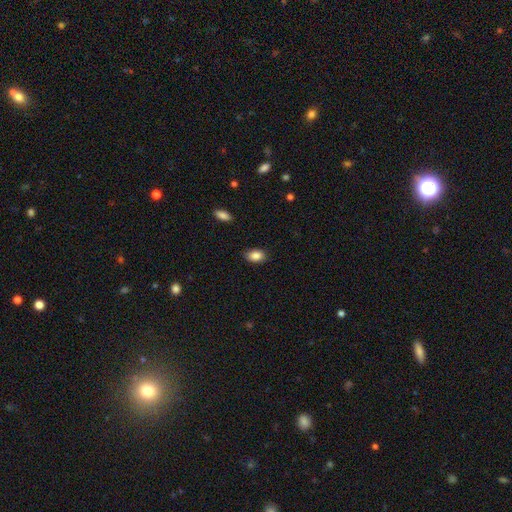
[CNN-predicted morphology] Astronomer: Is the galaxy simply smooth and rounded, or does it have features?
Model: smooth — 87%.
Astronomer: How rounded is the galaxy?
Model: in between — 88%.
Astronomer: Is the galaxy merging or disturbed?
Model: none — 86%.